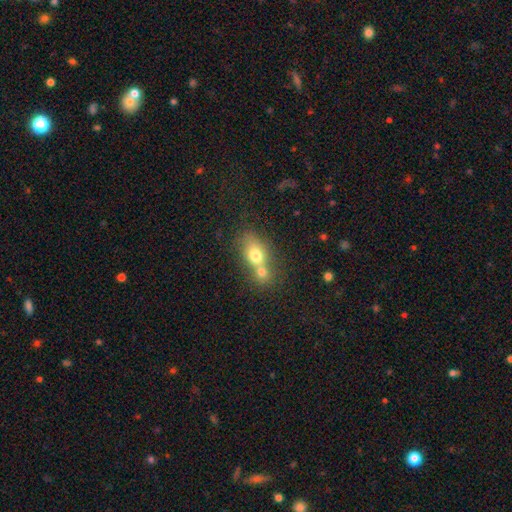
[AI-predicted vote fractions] Q: Smooth or featured?
A: smooth (71%); runner-up: featured or disk (18%)
Q: How rounded?
A: in between (66%); runner-up: round (31%)
Q: Merging?
A: merger (60%); runner-up: none (28%)